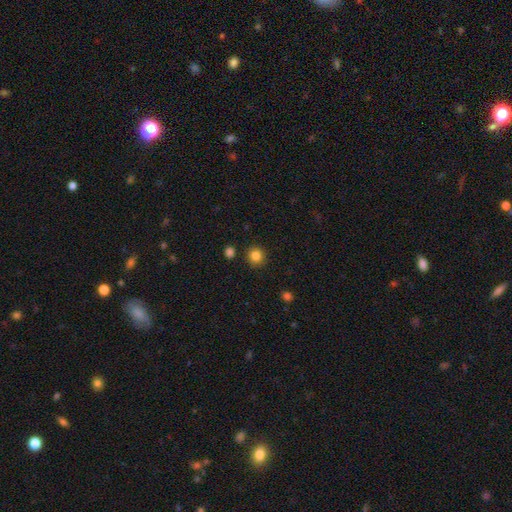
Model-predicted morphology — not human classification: A smooth galaxy with no disk features (84%) that is round (92%). Merging: none (90%).